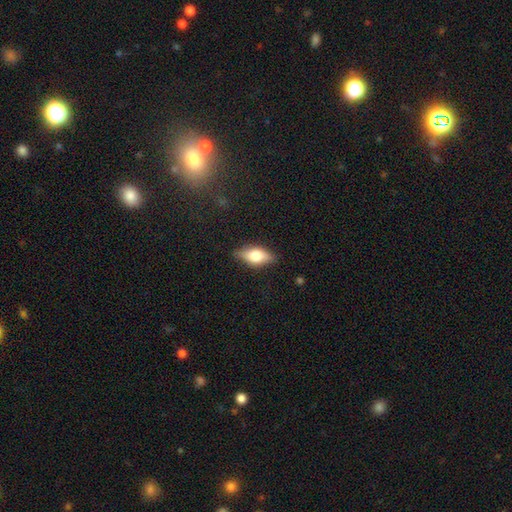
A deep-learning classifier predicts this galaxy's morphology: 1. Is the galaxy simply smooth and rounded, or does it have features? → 62% smooth, 31% featured or disk, 7% star or artifact.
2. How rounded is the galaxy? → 81% in between, 14% cigar-shaped, 5% round.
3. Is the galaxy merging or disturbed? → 82% none, 14% minor disturbance, 3% major disturbance, 1% merger.